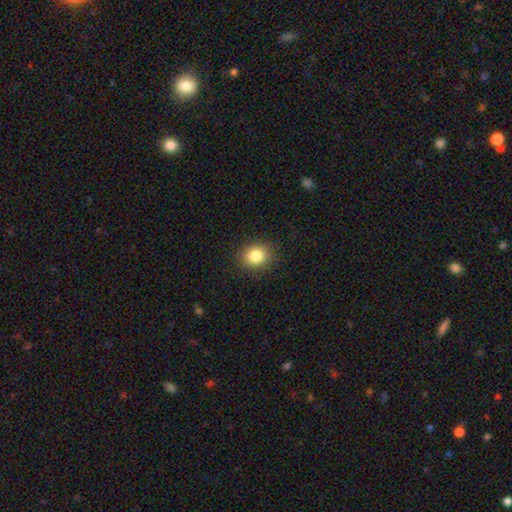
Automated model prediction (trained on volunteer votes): smooth_or_featured: smooth (p=0.84) [alt: star or artifact p=0.10]
how_rounded: round (p=0.63) [alt: in between p=0.37]
merging: none (p=0.89) [alt: minor disturbance p=0.07]